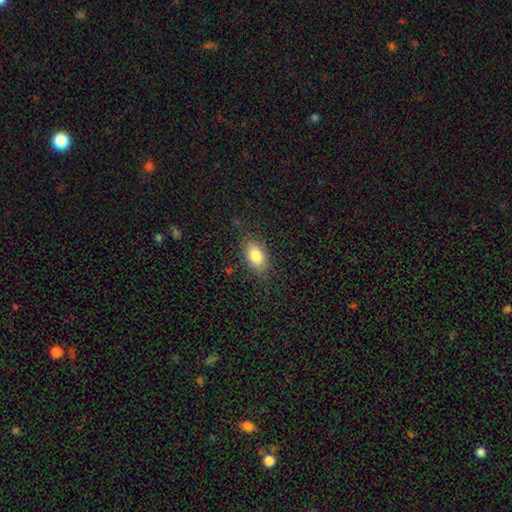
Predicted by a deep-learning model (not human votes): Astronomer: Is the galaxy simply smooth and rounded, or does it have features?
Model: smooth — 81%.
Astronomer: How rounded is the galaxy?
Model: in between — 85%.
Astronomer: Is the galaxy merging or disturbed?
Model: none — 80%.